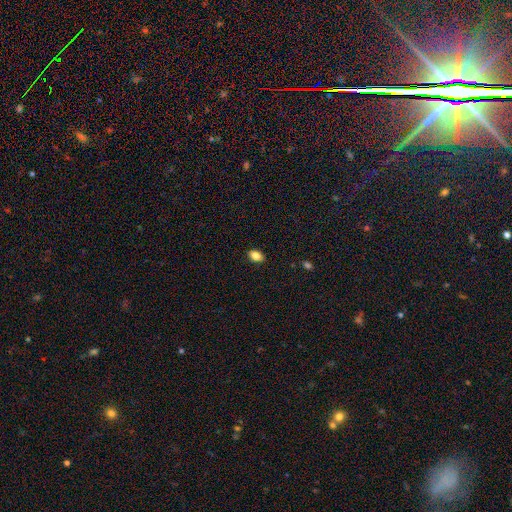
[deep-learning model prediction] This is clearly a smooth galaxy (84%). How rounded: clearly in between (85%). Merging: clearly none (88%).